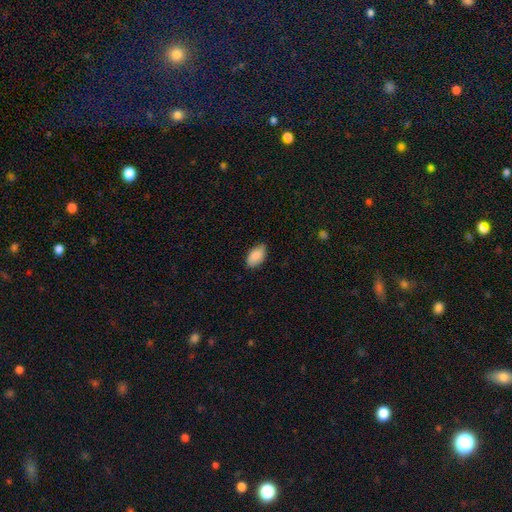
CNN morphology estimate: Smooth or featured: smooth — 87% (star or artifact — 6%)
How rounded: in between — 94% (round — 4%)
Merging: none — 78% (minor disturbance — 18%)